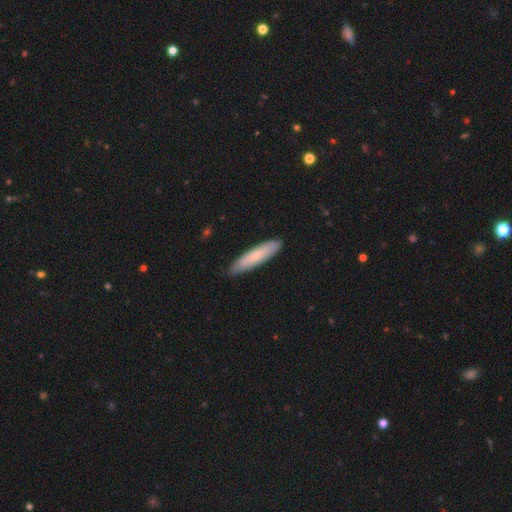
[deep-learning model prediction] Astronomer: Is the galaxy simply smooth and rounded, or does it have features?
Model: smooth — 64%.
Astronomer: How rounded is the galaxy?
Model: cigar-shaped — 79%.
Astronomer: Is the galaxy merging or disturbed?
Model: none — 84%.